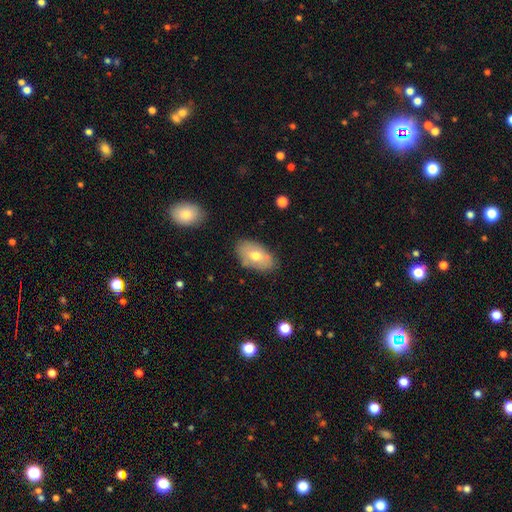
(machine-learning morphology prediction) This appears to be a smooth galaxy with no disk features (64%) that is in between round and cigar-shaped (93%). Merging: none (80%).